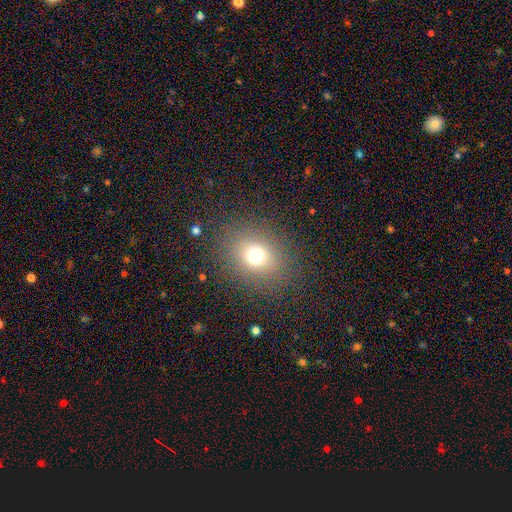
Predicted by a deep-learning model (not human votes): Smooth or featured? Predicted: smooth (p=0.70). How rounded? Predicted: round (p=0.55). Merging? Predicted: none (p=0.90).